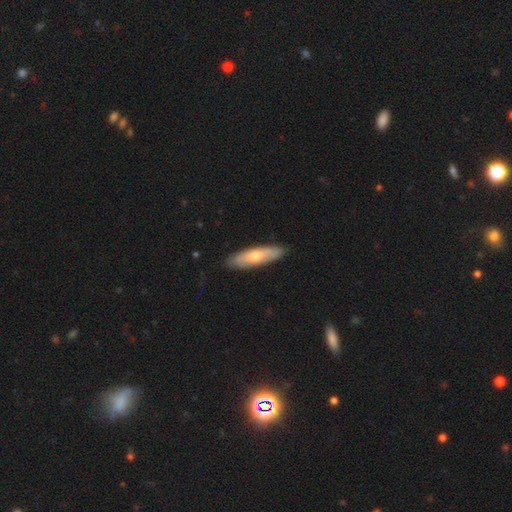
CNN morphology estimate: Smooth or featured: smooth — 56% (featured or disk — 38%)
How rounded: cigar-shaped — 64% (in between — 34%)
Merging: none — 87% (minor disturbance — 10%)